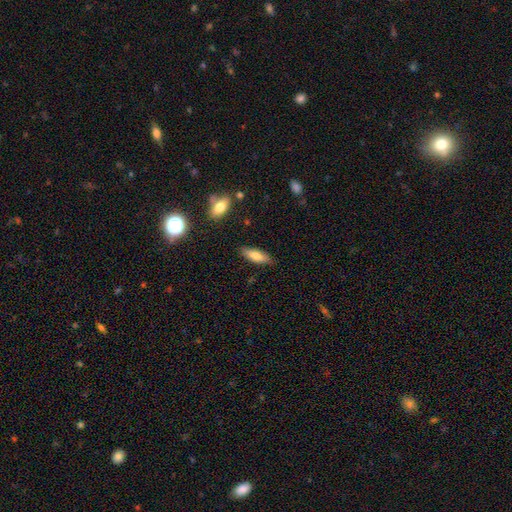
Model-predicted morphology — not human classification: The model was most divided on "how rounded": in between: 56%, cigar-shaped: 42%, round: 2%. More confident: merging — none (84%); smooth or featured — smooth (77%).